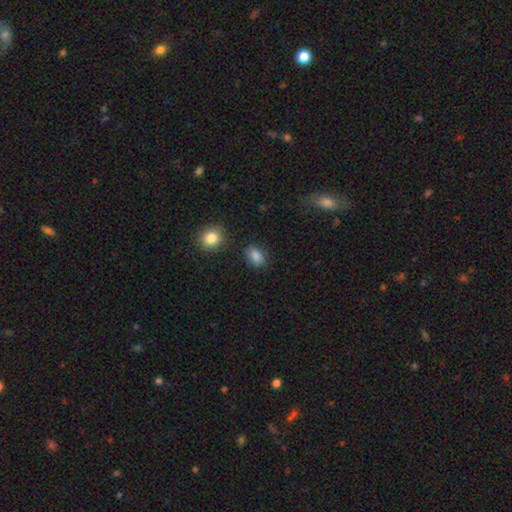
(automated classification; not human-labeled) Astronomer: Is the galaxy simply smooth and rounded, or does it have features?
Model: smooth — 86%.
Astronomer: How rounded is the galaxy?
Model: in between — 84%.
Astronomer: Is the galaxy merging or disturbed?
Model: none — 81%.